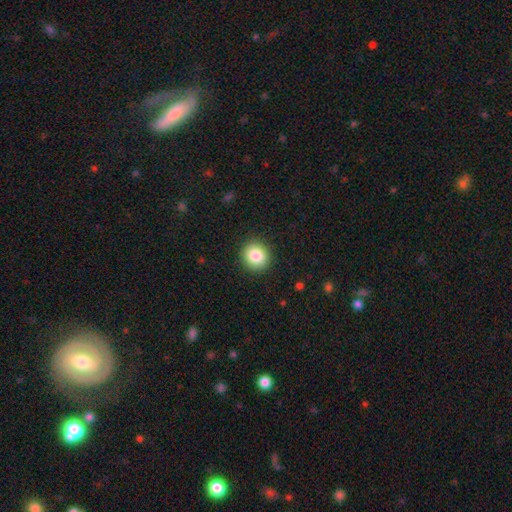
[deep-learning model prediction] Smooth or featured? Predicted: smooth (p=0.85). How rounded? Predicted: round (p=0.88). Merging? Predicted: none (p=0.91).